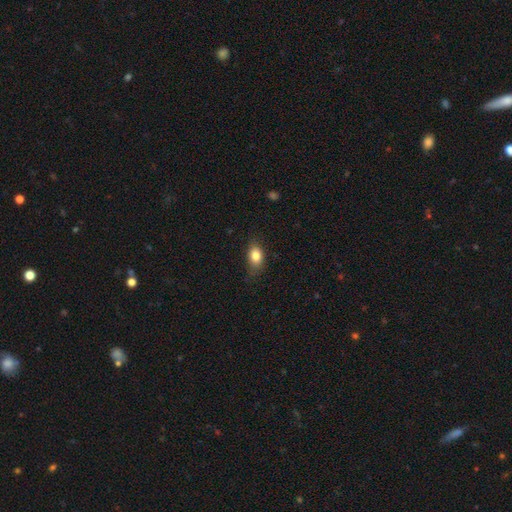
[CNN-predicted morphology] A smooth galaxy with no disk features (83%) that is in between round and cigar-shaped (81%).

Vote fractions:
- Smooth or featured? smooth: 83% / star or artifact: 9% / featured or disk: 9%
- How rounded? in between: 81% / round: 16% / cigar-shaped: 3%
- Merging? none: 73% / minor disturbance: 21% / major disturbance: 5% / merger: 1%